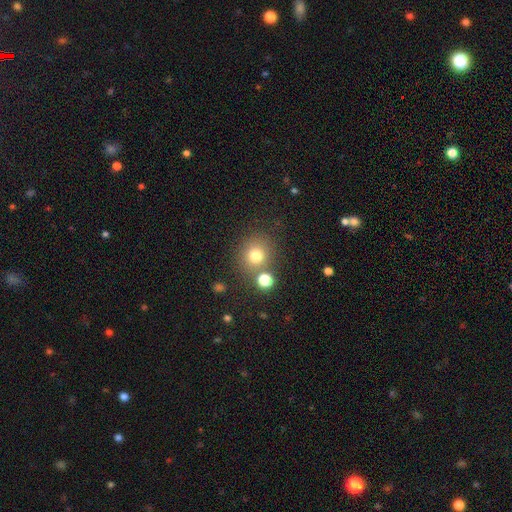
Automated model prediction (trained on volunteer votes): This appears to be a smooth galaxy with no disk features (76%) that is round (88%). Merging: none (73%).